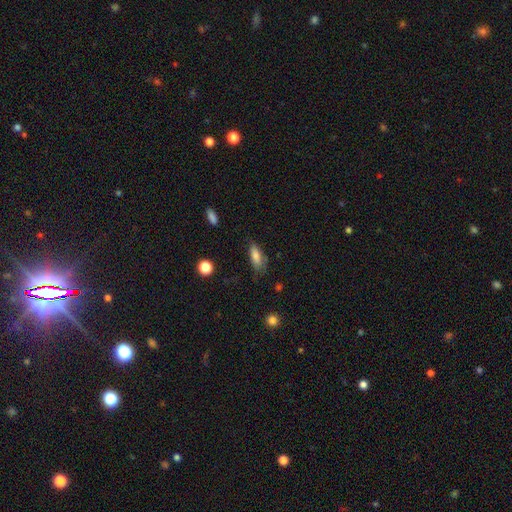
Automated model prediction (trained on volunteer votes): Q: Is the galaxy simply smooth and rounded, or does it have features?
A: smooth — 81%.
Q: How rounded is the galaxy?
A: in between — 71%.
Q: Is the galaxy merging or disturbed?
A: none — 68%.